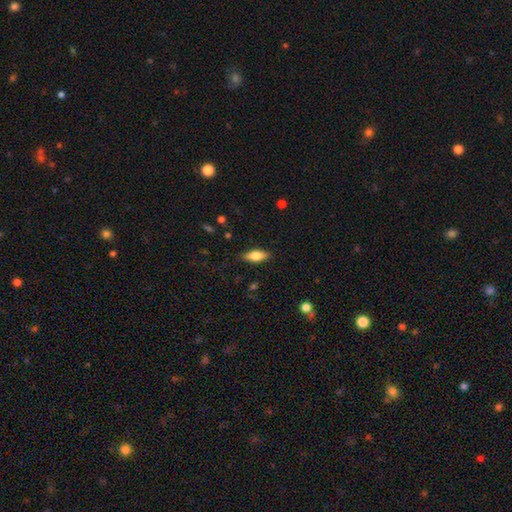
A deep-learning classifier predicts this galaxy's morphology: smooth 66%, featured or disk 27%, star or artifact 7%. Down the decision tree: how rounded — in between (71%); merging — none (85%).